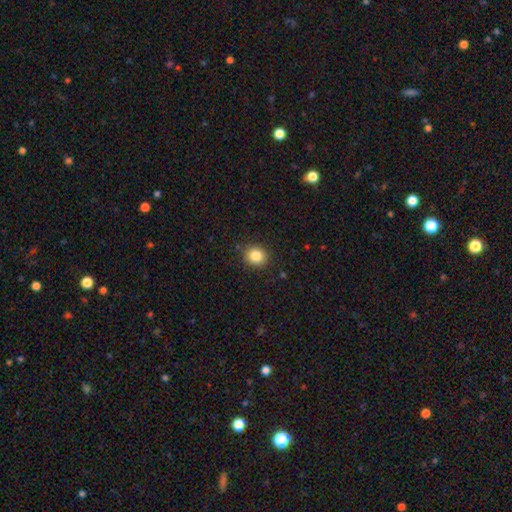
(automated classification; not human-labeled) Q: Smooth or featured?
A: smooth (84%); runner-up: star or artifact (10%)
Q: How rounded?
A: round (80%); runner-up: in between (19%)
Q: Merging?
A: none (88%); runner-up: minor disturbance (8%)